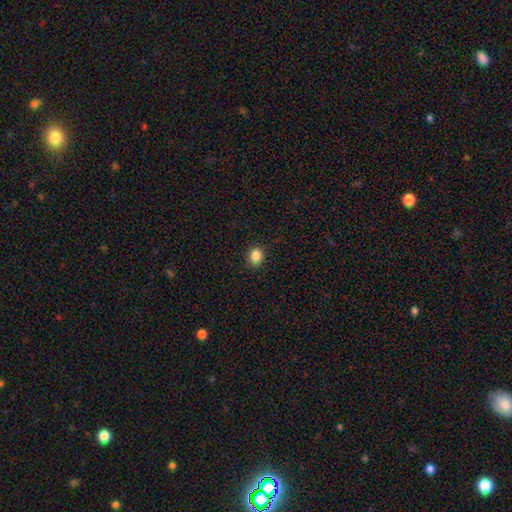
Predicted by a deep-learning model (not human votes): Morphology: type=smooth (86%); roundness=round (77%); merging=none (90%).